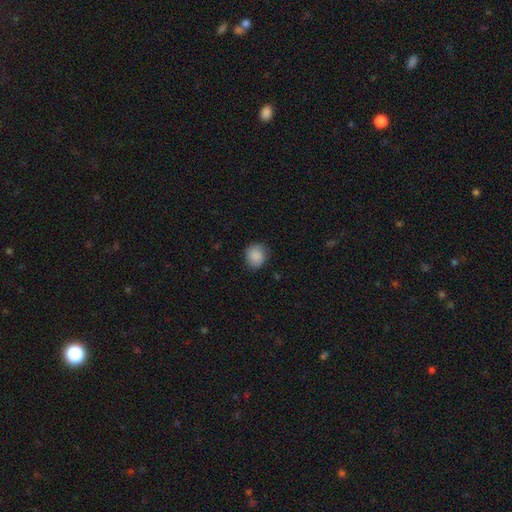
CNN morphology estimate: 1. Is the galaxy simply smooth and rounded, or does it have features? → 88% smooth, 7% star or artifact, 5% featured or disk.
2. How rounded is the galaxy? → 81% round, 18% in between, 1% cigar-shaped.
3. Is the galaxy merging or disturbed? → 81% none, 15% minor disturbance, 3% major disturbance, 1% merger.